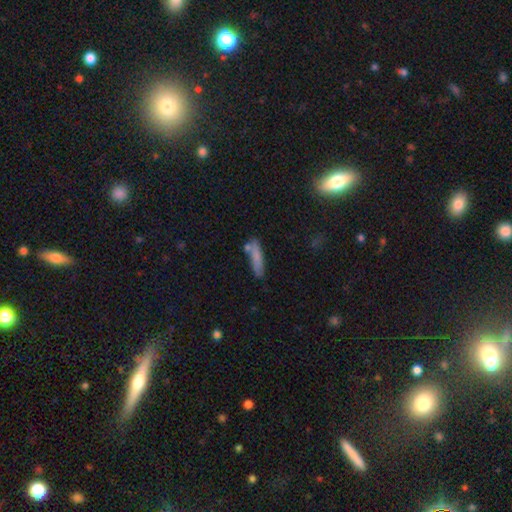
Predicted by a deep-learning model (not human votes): A smooth galaxy with no disk features (76%) that is cigar-shaped (81%). Merging: none (70%).